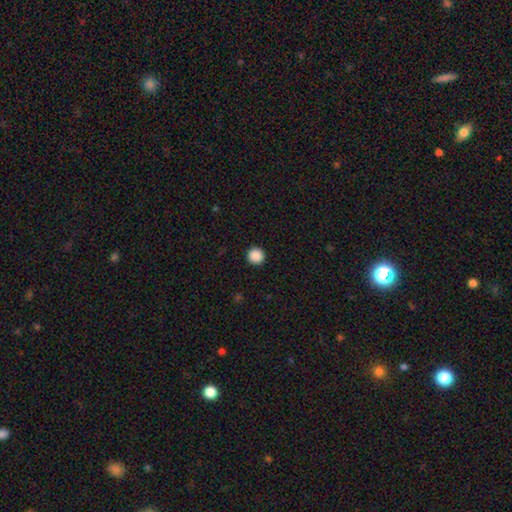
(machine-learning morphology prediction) Smooth or featured: smooth — 89% (star or artifact — 9%)
How rounded: round — 95% (in between — 4%)
Merging: none — 93% (minor disturbance — 4%)